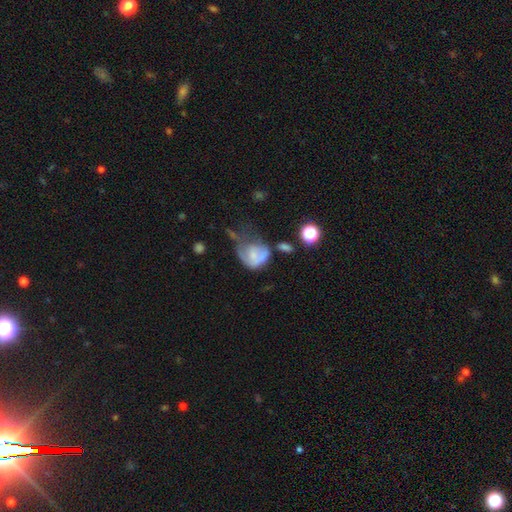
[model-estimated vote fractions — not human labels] Morphology: type=smooth (54%); roundness=round (54%); merging=major disturbance (45%).